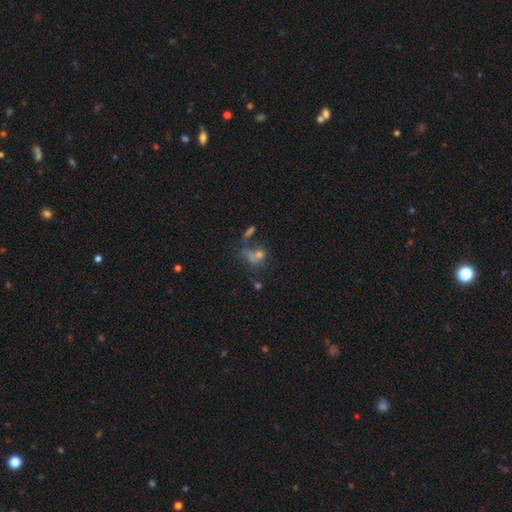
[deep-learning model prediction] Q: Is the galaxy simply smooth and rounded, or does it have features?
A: smooth — 58%.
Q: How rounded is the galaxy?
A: in between — 52%.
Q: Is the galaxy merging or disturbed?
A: merger — 39%.